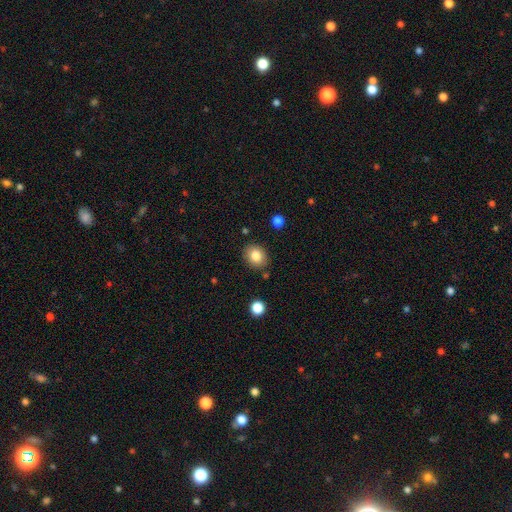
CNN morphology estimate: Overall: smooth (83%). How rounded: round (58%; in between 41%). Merging: none (85%).